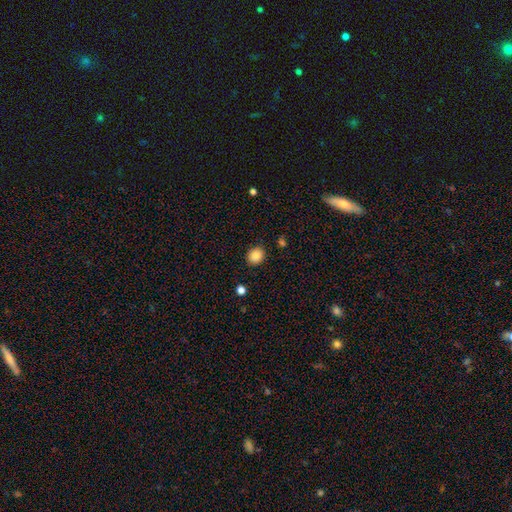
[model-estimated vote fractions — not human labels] Smooth or featured? smooth (87%)
How rounded? round (69%)
Merging? none (88%)